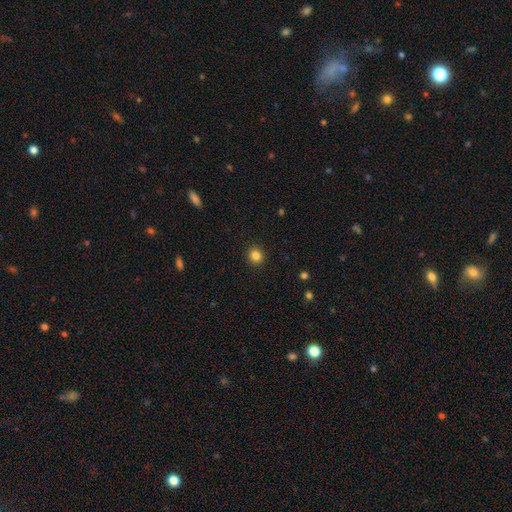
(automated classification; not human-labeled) Q: Smooth or featured?
A: smooth (84%); runner-up: star or artifact (11%)
Q: How rounded?
A: round (84%); runner-up: in between (15%)
Q: Merging?
A: none (92%); runner-up: minor disturbance (5%)